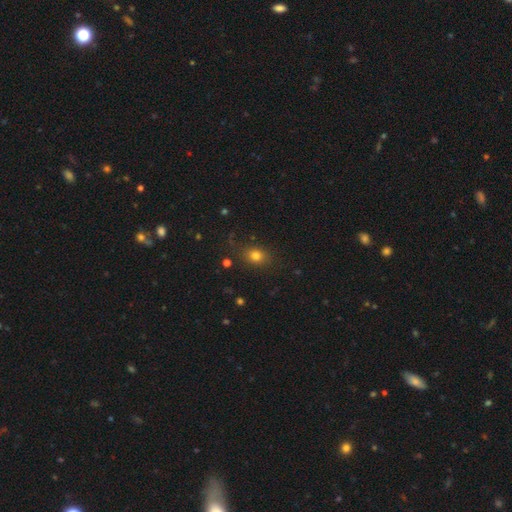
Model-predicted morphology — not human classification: Smooth or featured: smooth — 78% (star or artifact — 14%)
How rounded: round — 52% (in between — 47%)
Merging: none — 80% (minor disturbance — 13%)